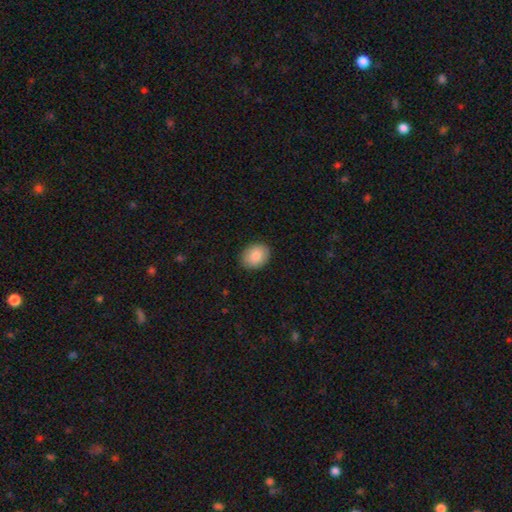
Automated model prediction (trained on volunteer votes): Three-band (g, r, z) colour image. It shows a smooth galaxy with no disk features (86%) that is in between round and cigar-shaped (52%). Merging: none (89%).